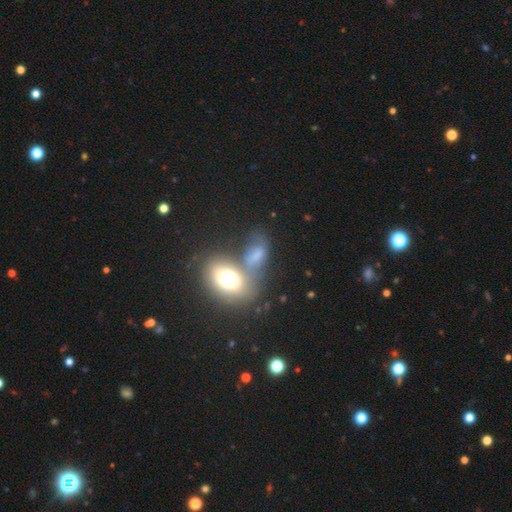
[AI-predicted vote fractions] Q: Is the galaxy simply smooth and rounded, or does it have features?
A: smooth — 51%.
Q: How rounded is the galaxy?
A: in between — 78%.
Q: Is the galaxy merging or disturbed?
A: merger — 39%.